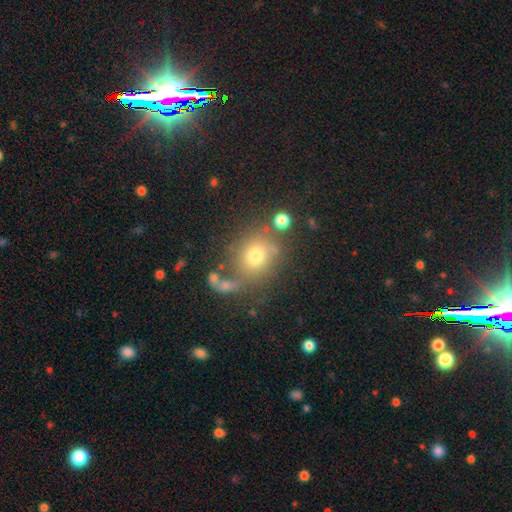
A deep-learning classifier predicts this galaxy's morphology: Overall: smooth (68%). How rounded: round (78%). Merging: none (63%).